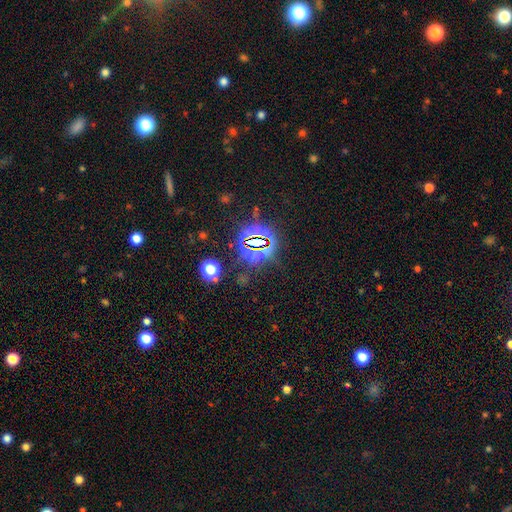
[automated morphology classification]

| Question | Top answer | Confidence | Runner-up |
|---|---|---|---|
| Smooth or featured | star or artifact | 80% | smooth (12%) |